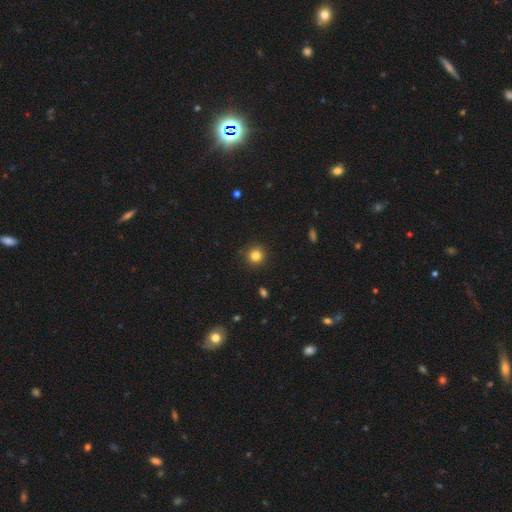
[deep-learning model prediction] Smooth or featured? Predicted: smooth (p=0.83). How rounded? Predicted: round (p=0.94). Merging? Predicted: none (p=0.91).